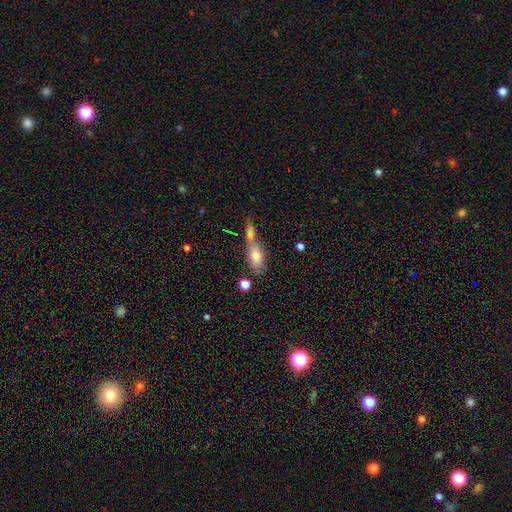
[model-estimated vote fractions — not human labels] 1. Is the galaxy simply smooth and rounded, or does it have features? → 72% smooth, 20% featured or disk, 9% star or artifact.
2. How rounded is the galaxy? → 80% in between, 14% cigar-shaped, 6% round.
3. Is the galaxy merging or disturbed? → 46% merger, 35% none, 13% minor disturbance, 6% major disturbance.